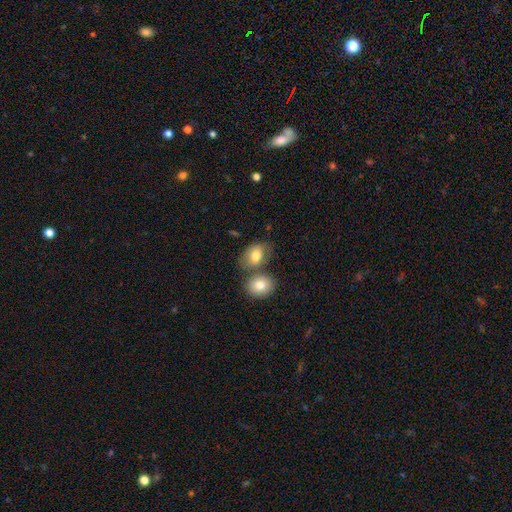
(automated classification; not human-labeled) Smooth or featured: smooth — 76% (featured or disk — 16%)
How rounded: in between — 80% (round — 19%)
Merging: none — 48% (merger — 32%)